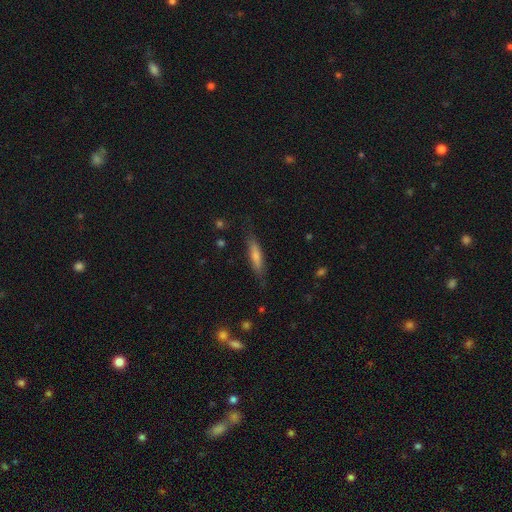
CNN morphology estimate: smooth-or-featured: smooth: 47% | featured or disk: 42% | star or artifact: 11%
  merging: none: 82% | minor disturbance: 13% | major disturbance: 3% | merger: 2%